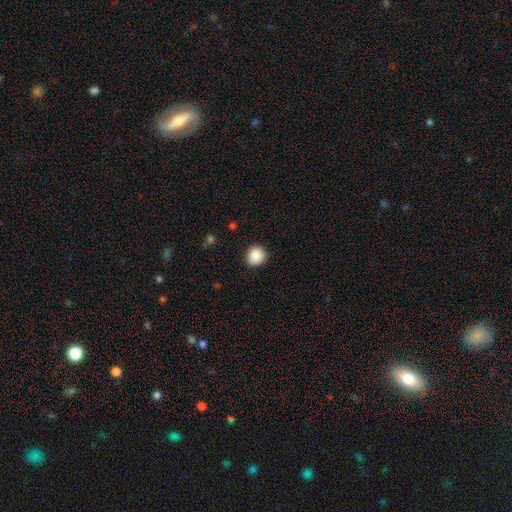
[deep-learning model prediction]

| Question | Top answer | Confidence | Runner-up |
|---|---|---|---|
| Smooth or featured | smooth | 89% | star or artifact (8%) |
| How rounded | round | 88% | in between (11%) |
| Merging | none | 88% | minor disturbance (9%) |